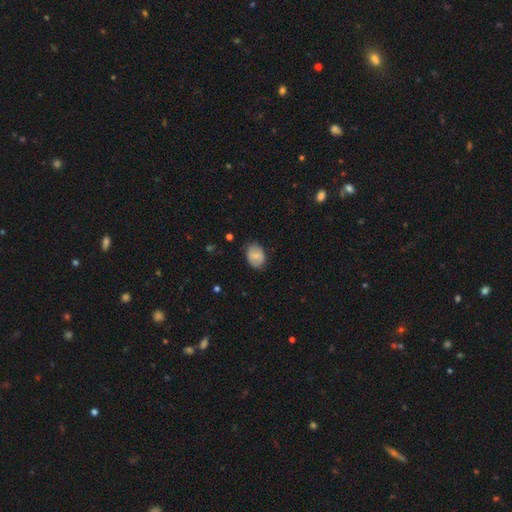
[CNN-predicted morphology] smooth 78%, featured or disk 15%, star or artifact 7%. Down the decision tree: how rounded — in between (77%); merging — none (80%).